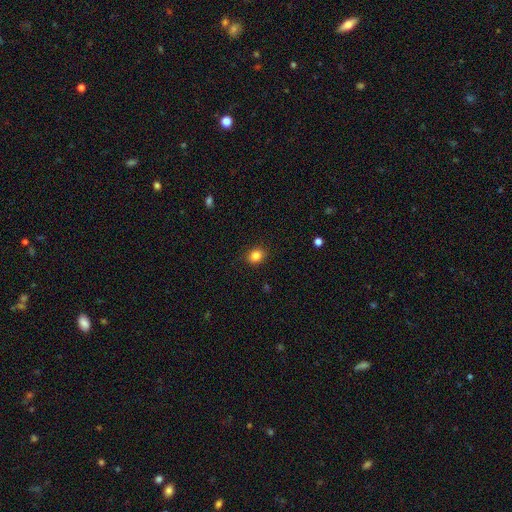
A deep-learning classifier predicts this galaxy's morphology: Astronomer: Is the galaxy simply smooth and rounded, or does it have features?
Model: smooth — 84%.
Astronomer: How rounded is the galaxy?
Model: round — 65%.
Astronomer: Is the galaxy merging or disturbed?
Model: none — 88%.